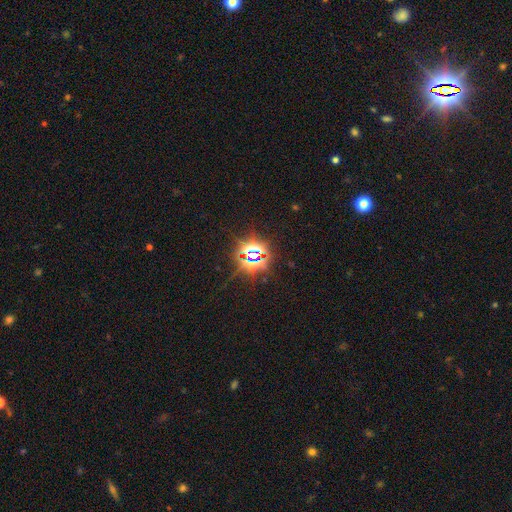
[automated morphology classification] A star or artifact, not a galaxy (80%).

Vote fractions:
- Smooth or featured? star or artifact: 80% / smooth: 11% / featured or disk: 9%